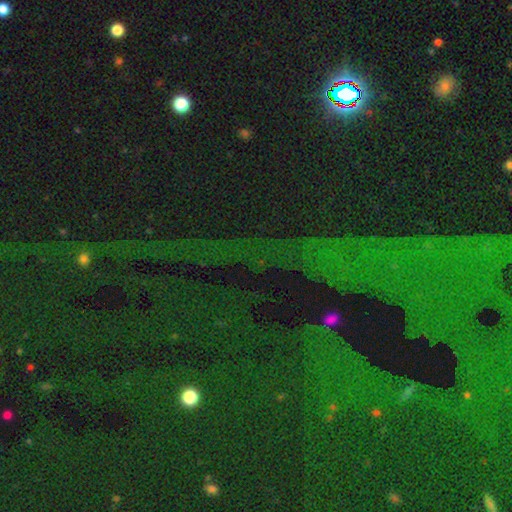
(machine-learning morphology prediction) This appears to be a star or artifact, not a galaxy (83%).